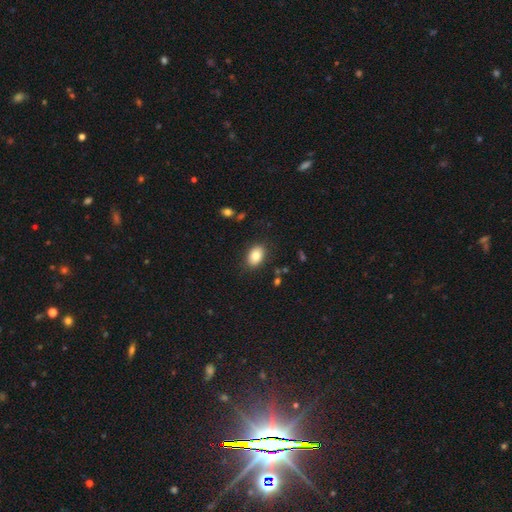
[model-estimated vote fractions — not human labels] The model was most divided on "how rounded": in between: 83%, round: 16%, cigar-shaped: 1%. More confident: merging — none (87%); smooth or featured — smooth (83%).